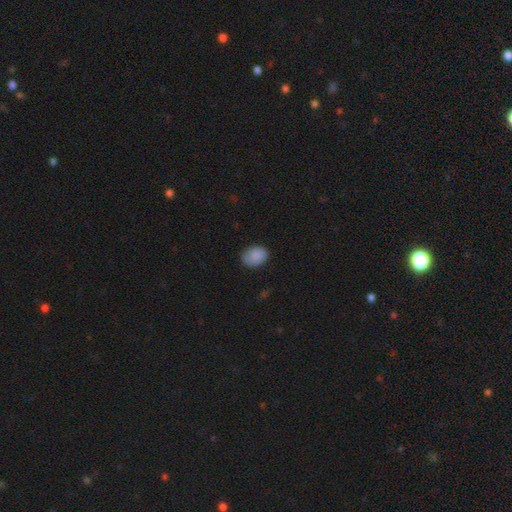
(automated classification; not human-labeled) This is clearly a smooth galaxy (86%). How rounded: likely in between (62%). Merging: likely none (77%).